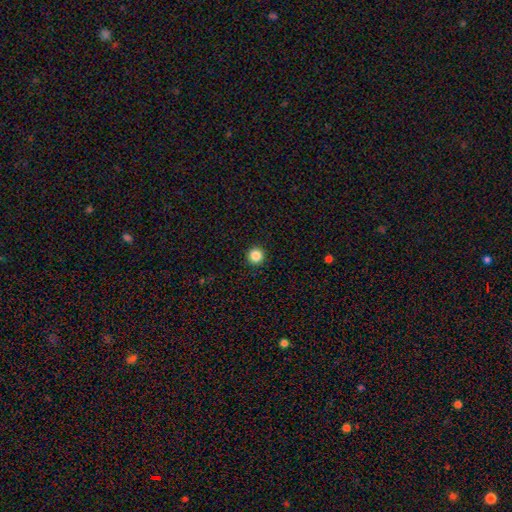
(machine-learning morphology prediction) A smooth galaxy with no disk features (86%) that is round (96%).

Vote fractions:
- Smooth or featured? smooth: 86% / star or artifact: 11% / featured or disk: 3%
- How rounded? round: 96% / in between: 3% / cigar-shaped: 1%
- Merging? none: 93% / minor disturbance: 4% / major disturbance: 2% / merger: 1%